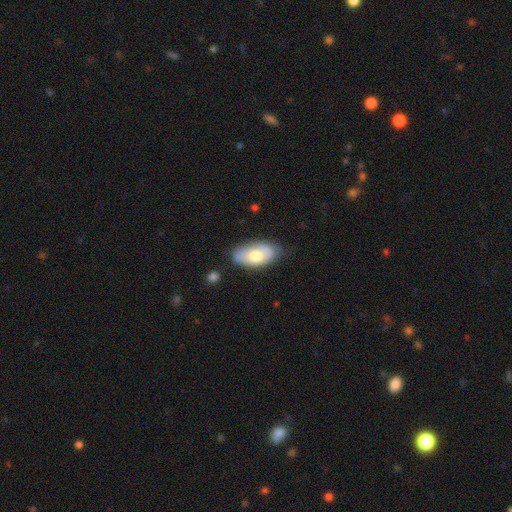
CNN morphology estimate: Overall: smooth (62%; featured or disk 32%). How rounded: in between (94%). Merging: none (66%; minor disturbance 26%).